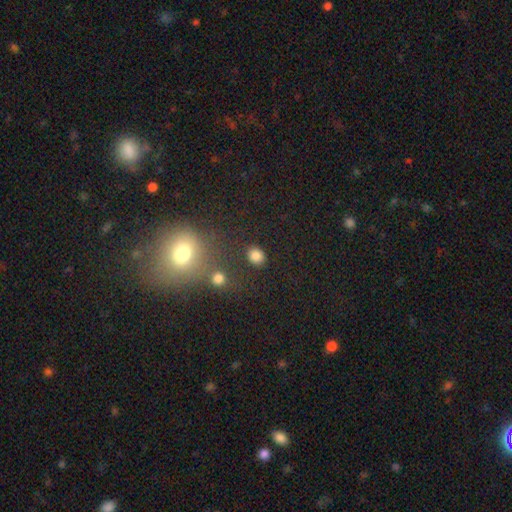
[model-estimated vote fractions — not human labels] Smooth or featured? Predicted: smooth (p=0.83). How rounded? Predicted: round (p=0.62). Merging? Predicted: none (p=0.83).